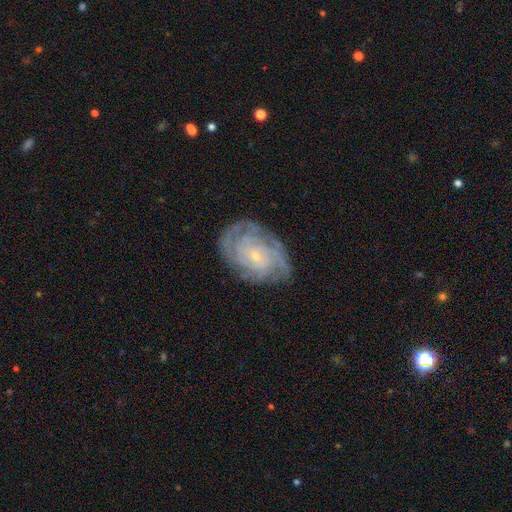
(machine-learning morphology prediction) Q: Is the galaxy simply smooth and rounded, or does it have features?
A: featured or disk — 83%.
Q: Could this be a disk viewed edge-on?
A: no — 96%.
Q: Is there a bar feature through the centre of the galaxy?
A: no — 76%.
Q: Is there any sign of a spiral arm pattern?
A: yes — 94%.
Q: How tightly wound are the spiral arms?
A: tight — 73%.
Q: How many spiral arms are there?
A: can't tell — 34%.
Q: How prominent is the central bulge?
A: small — 82%.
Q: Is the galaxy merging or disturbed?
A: none — 74%.